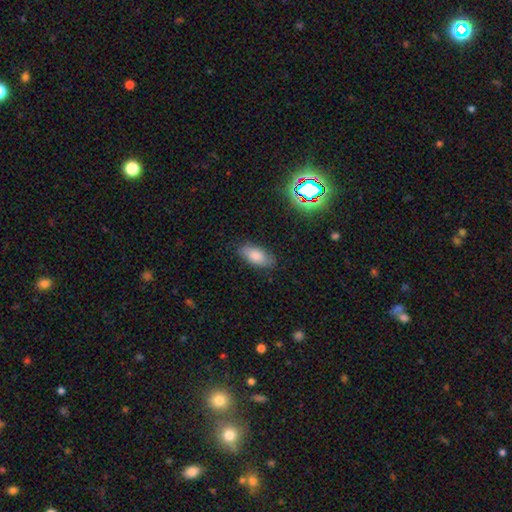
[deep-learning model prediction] Morphology: type=smooth (81%); roundness=in between (89%); merging=none (80%).